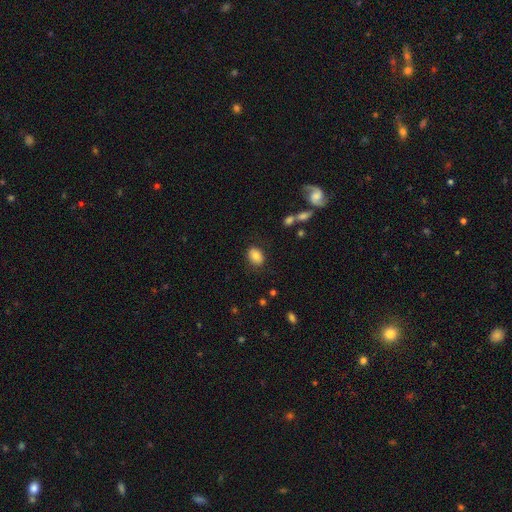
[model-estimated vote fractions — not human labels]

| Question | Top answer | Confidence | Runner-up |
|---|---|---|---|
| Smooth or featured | smooth | 84% | star or artifact (9%) |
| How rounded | in between | 76% | round (22%) |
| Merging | none | 82% | minor disturbance (12%) |